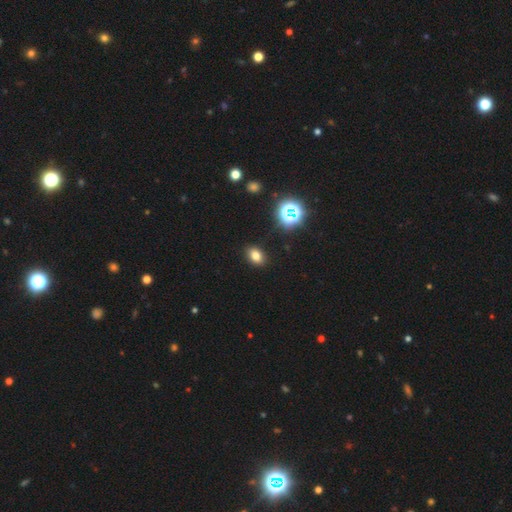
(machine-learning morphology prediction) Smooth or featured? smooth (75%)
How rounded? in between (75%)
Merging? none (88%)